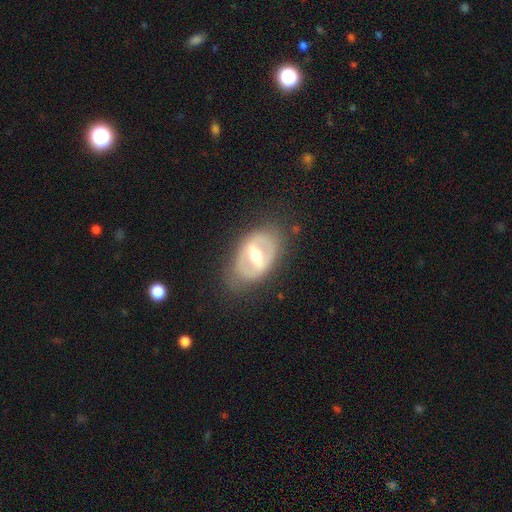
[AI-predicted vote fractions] Overall: featured or disk (69%). Edge-on disk: no (91%). Bar: strong (59%; weak 29%). Spiral arms: no (75%). Bulge size: moderate (70%). Merging: none (72%).